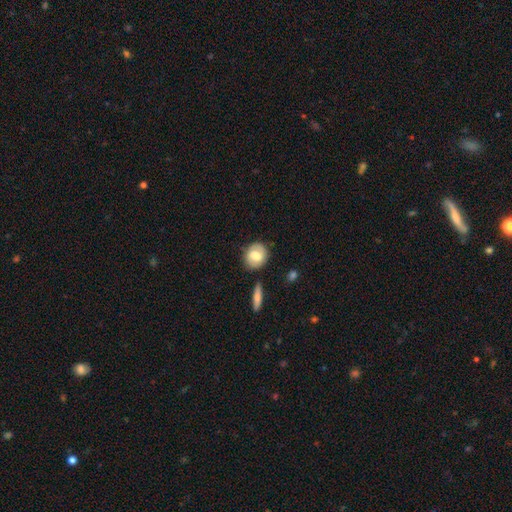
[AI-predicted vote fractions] This is likely a smooth galaxy (65%). How rounded: likely round (64%). Merging: likely none (79%).